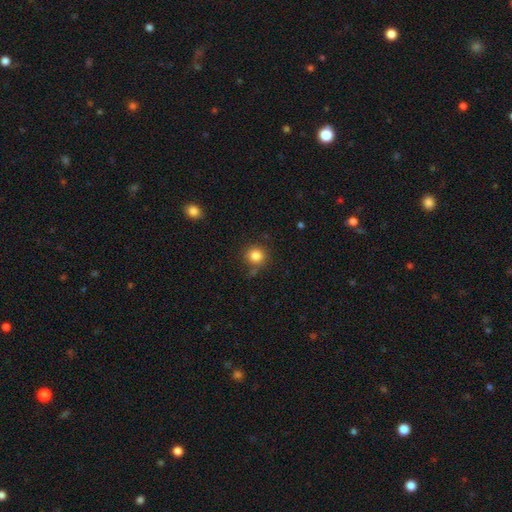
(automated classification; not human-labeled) smooth 84%, star or artifact 11%, featured or disk 5%. Down the decision tree: how rounded — round (90%); merging — none (80%).